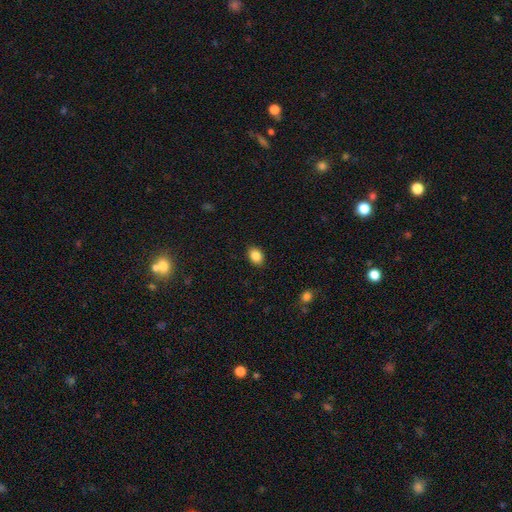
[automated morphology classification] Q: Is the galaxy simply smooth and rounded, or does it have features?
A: smooth — 86%.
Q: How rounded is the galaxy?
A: in between — 71%.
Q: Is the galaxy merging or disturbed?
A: none — 89%.